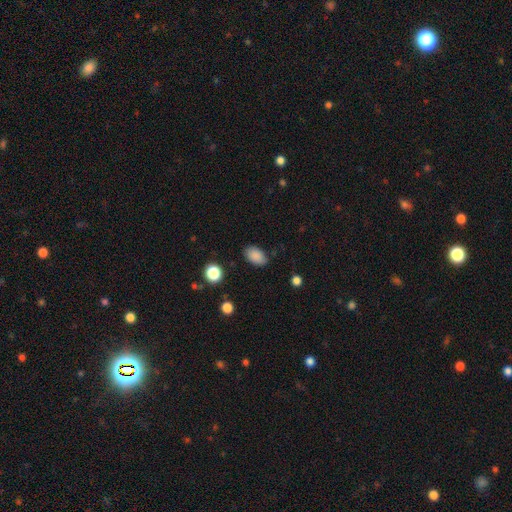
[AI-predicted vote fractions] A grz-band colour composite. It shows a smooth galaxy with no disk features (87%) that is in between round and cigar-shaped (89%). Merging: none (83%).